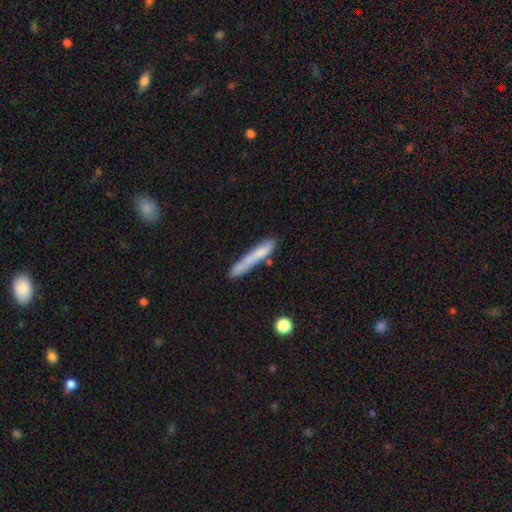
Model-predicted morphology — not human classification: Q: Smooth or featured?
A: smooth (69%); runner-up: featured or disk (23%)
Q: How rounded?
A: cigar-shaped (95%); runner-up: in between (4%)
Q: Merging?
A: none (65%); runner-up: minor disturbance (21%)